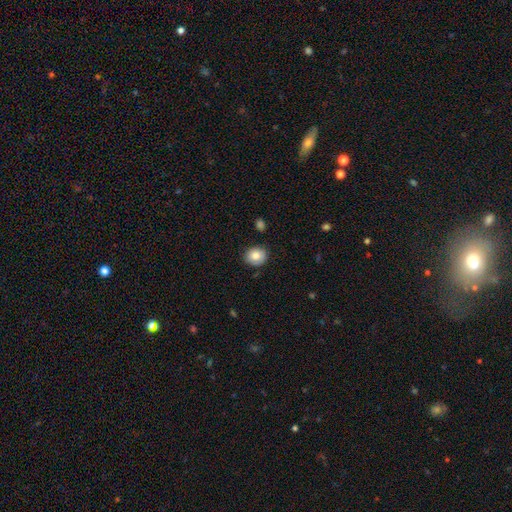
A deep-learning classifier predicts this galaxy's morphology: This is clearly a smooth galaxy (83%). How rounded: likely round (68%). Merging: clearly none (84%).